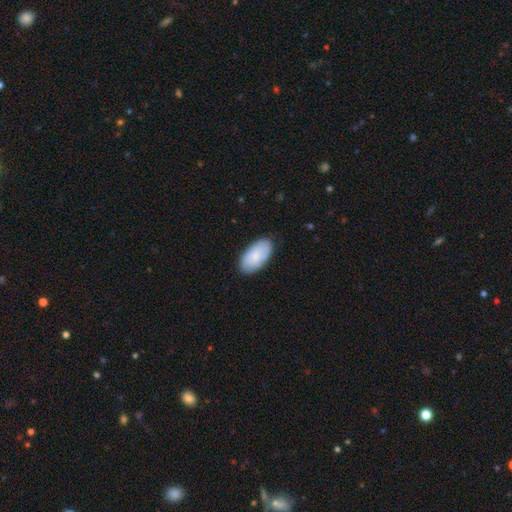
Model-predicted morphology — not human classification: Overall: smooth (77%). How rounded: in between (95%). Merging: none (85%).